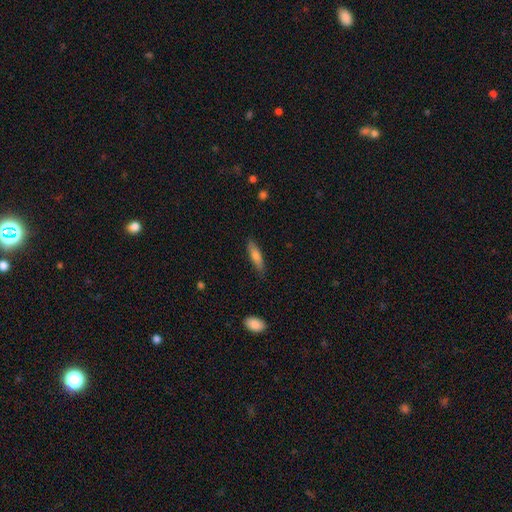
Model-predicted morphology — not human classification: smooth-or-featured: smooth: 67% | featured or disk: 26% | star or artifact: 7%
  how-rounded: cigar-shaped: 72% | in between: 26% | round: 2%
  merging: none: 84% | minor disturbance: 12% | major disturbance: 2% | merger: 1%